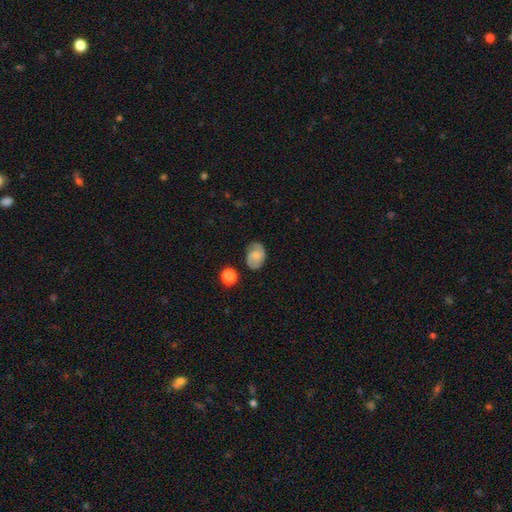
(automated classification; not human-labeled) This is possibly a featured or disk galaxy (57%). It is clearly not viewed edge-on (97%). Bar: possibly no (57%). Spiral arm pattern: clearly yes (91%). Spiral arm count: clearly 2 (81%). Spiral winding: possibly medium (47%). Central bulge: marginally small (42%). Merging: likely none (73%).